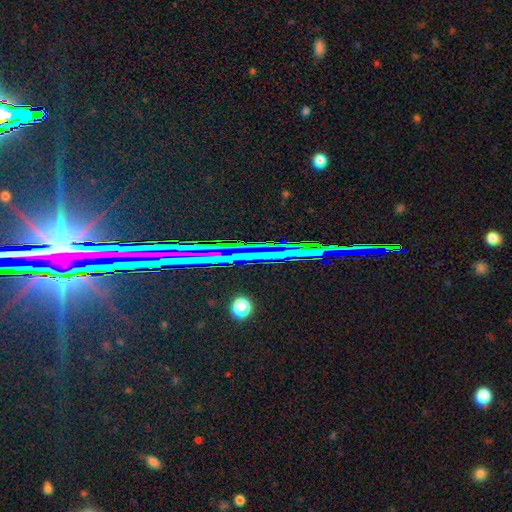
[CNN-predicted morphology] Smooth or featured? Predicted: star or artifact (p=0.80).